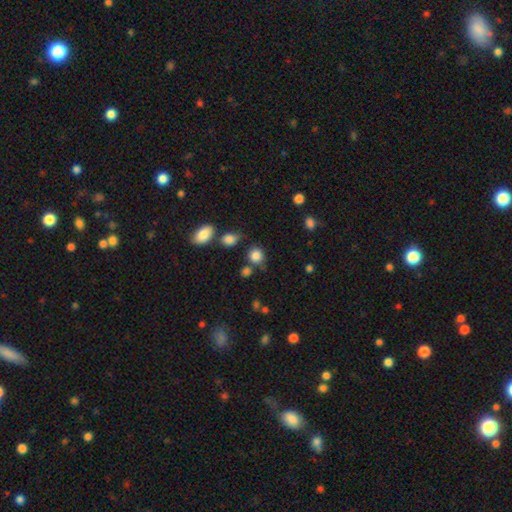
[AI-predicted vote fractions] This is clearly a smooth galaxy (84%). How rounded: likely round (79%). Merging: likely none (71%).